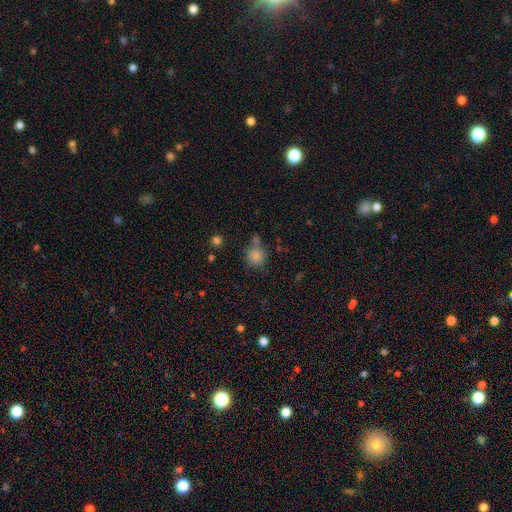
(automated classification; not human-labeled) Smooth or featured?
  - smooth: 82% *
  - star or artifact: 12%
  - featured or disk: 6%
How rounded?
  - round: 87% *
  - in between: 12%
  - cigar-shaped: 1%
Merging?
  - none: 64% *
  - merger: 19%
  - minor disturbance: 13%
  - major disturbance: 5%